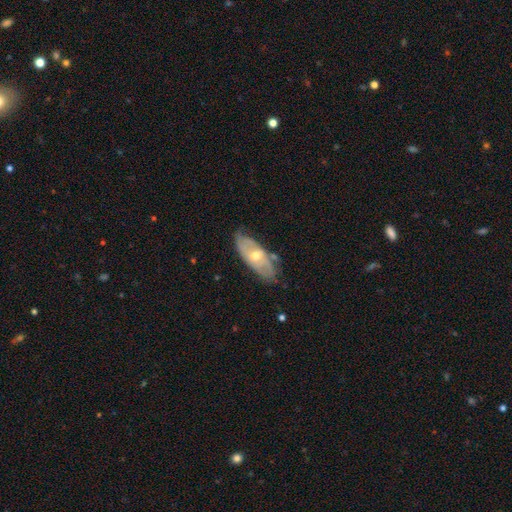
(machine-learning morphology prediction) smooth_or_featured: featured or disk (p=0.67) [alt: smooth p=0.27]
disk_edge_on: no (p=0.83) [alt: yes p=0.17]
bar: no (p=0.70) [alt: weak p=0.24]
has_spiral_arms: yes (p=0.73) [alt: no p=0.27]
bulge_size: moderate (p=0.58) [alt: small p=0.38]
merging: none (p=0.67) [alt: minor disturbance p=0.24]